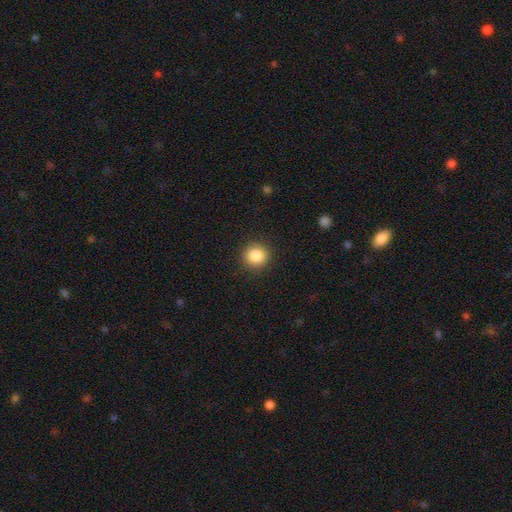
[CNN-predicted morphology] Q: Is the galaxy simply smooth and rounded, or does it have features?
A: smooth — 87%.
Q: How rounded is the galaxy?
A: round — 92%.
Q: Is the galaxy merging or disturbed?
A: none — 91%.